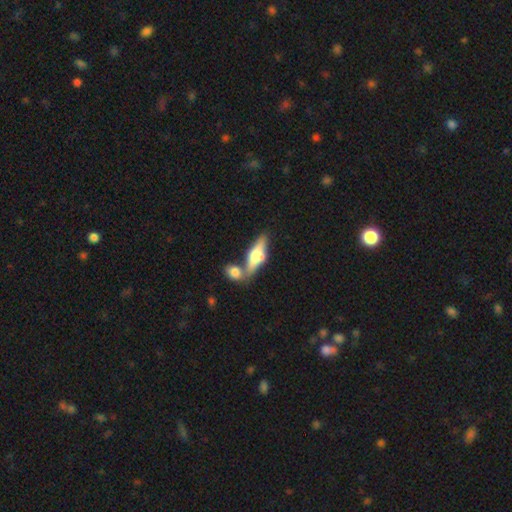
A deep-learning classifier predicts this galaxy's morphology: The model was most divided on "merging": none: 46%, merger: 37%, minor disturbance: 12%, major disturbance: 5%. More confident: edge-on disk — yes (87%); smooth or featured — featured or disk (51%).